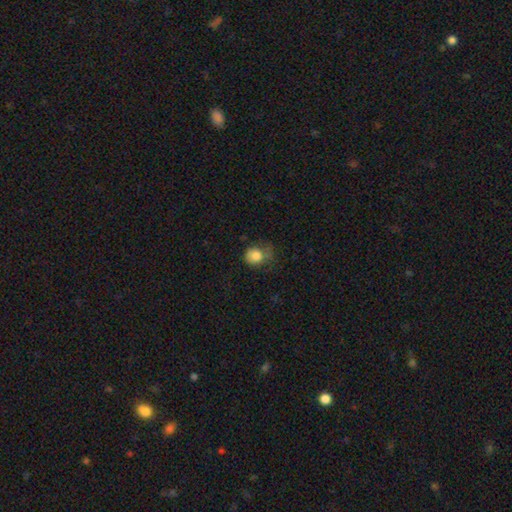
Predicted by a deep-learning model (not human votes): Smooth or featured: smooth — 79% (featured or disk — 12%)
How rounded: round — 72% (in between — 27%)
Merging: none — 38% (minor disturbance — 31%)